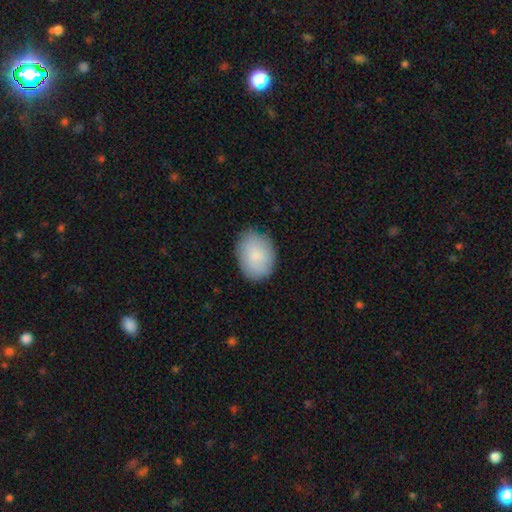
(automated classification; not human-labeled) smooth-or-featured: smooth: 84% | featured or disk: 10% | star or artifact: 6%
  how-rounded: in between: 70% | round: 29% | cigar-shaped: 1%
  merging: none: 81% | minor disturbance: 15% | major disturbance: 3% | merger: 1%